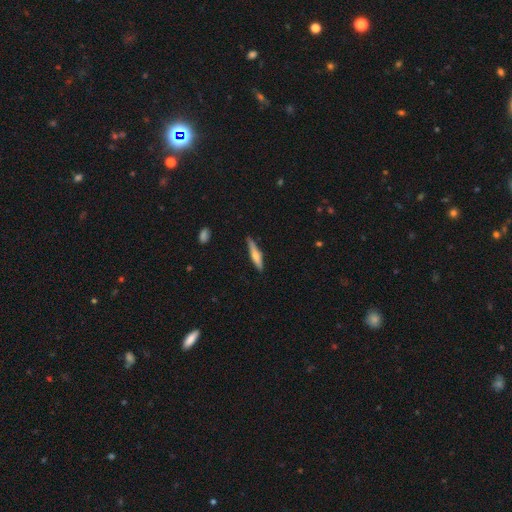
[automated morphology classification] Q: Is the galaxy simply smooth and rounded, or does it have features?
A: smooth — 55%.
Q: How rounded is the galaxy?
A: cigar-shaped — 87%.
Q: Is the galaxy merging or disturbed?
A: none — 81%.